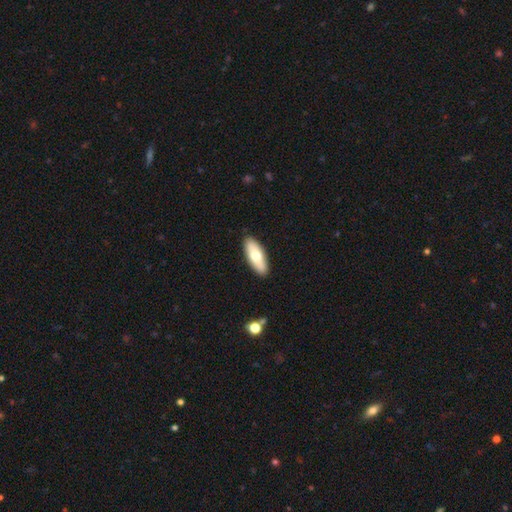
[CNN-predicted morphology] Smooth or featured? Predicted: smooth (p=0.68). How rounded? Predicted: in between (p=0.69). Merging? Predicted: none (p=0.90).